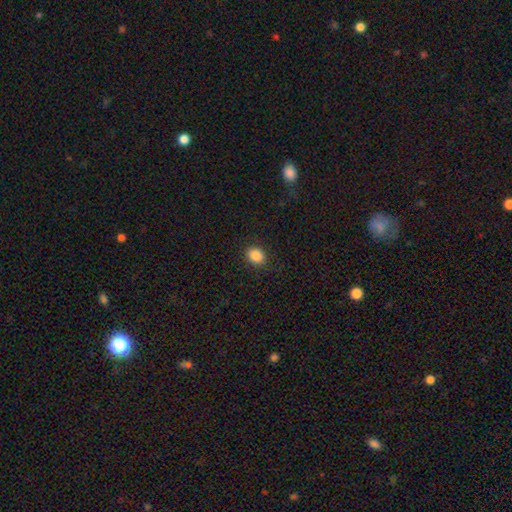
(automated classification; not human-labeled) This appears to be a smooth galaxy with no disk features (86%) that is round (53%). Merging: none (87%).